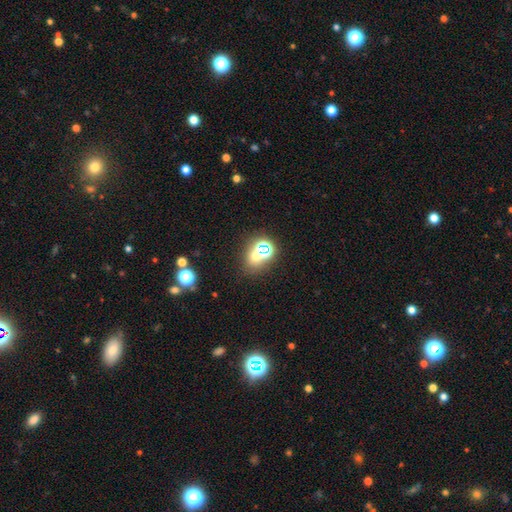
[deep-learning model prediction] Smooth or featured? smooth (49%)
Merging? none (58%)